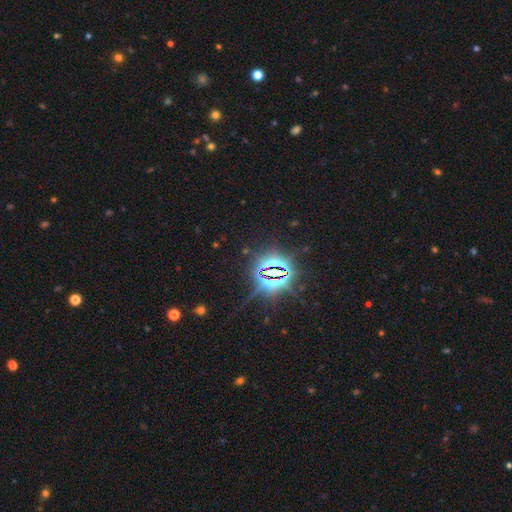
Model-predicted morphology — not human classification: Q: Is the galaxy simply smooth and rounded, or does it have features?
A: star or artifact — 85%.